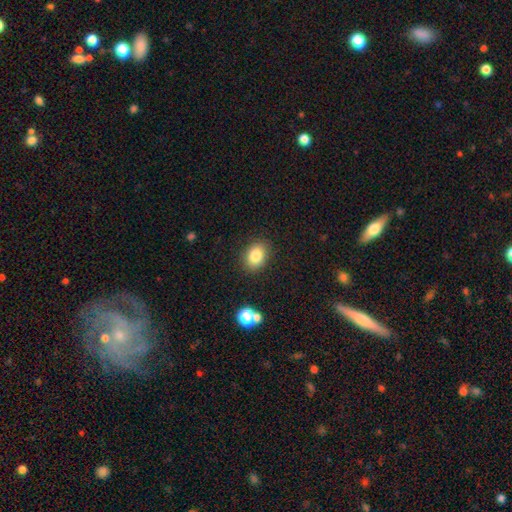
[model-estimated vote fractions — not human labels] This appears to be a smooth galaxy with no disk features (83%) that is in between round and cigar-shaped (71%). Merging: none (86%).